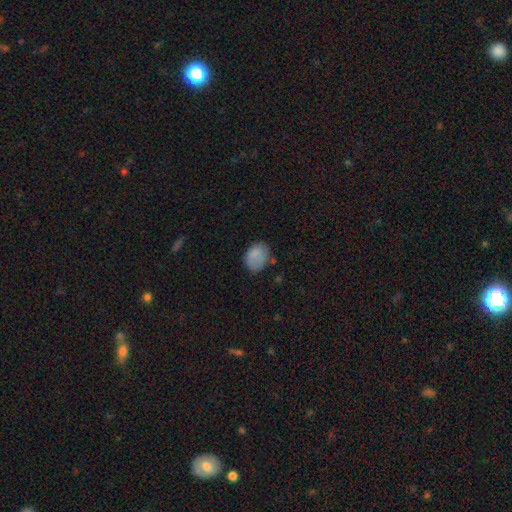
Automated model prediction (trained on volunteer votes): This is clearly a smooth galaxy (84%). How rounded: likely in between (68%). Merging: likely none (68%).